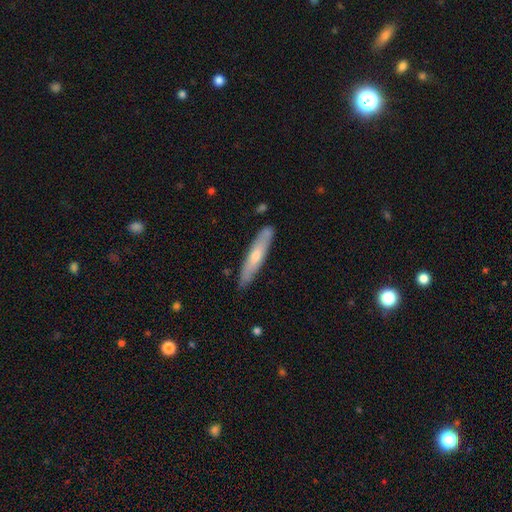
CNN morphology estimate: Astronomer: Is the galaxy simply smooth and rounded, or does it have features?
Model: smooth — 51% (runner-up: featured or disk, 44%).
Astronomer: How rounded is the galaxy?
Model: cigar-shaped — 88%.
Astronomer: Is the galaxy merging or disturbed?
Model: none — 84%.